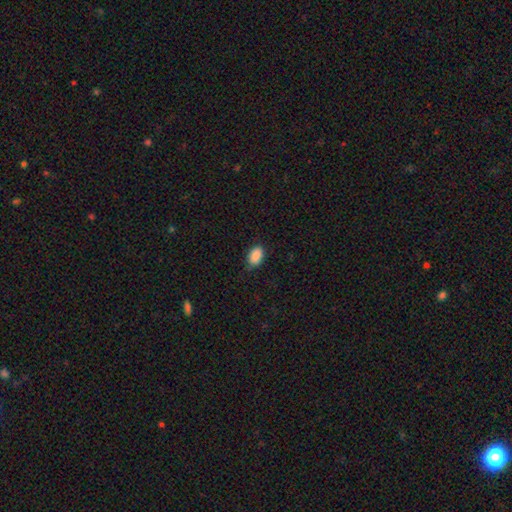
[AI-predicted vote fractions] smooth_or_featured: smooth (p=0.89) [alt: star or artifact p=0.08]
how_rounded: in between (p=0.89) [alt: round p=0.10]
merging: none (p=0.78) [alt: minor disturbance p=0.18]